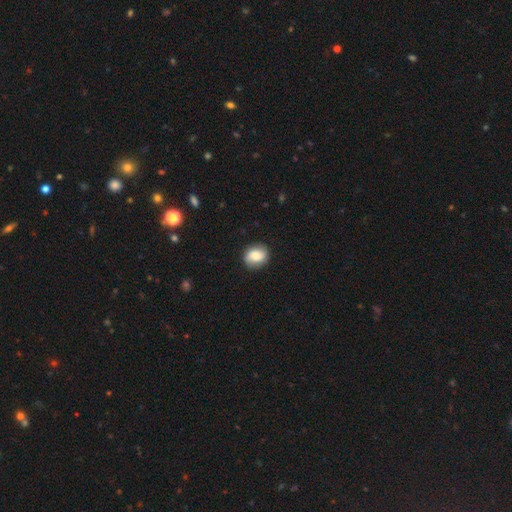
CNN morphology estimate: A smooth galaxy with no disk features (67%) that is round (61%). Merging: none (85%).